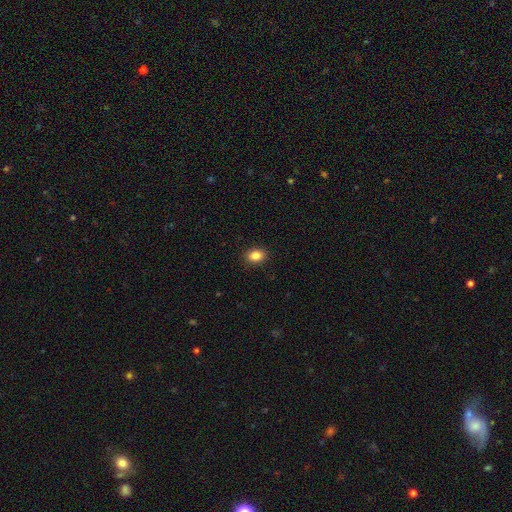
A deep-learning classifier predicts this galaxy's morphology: Smooth or featured? Predicted: smooth (p=0.86). How rounded? Predicted: in between (p=0.65). Merging? Predicted: none (p=0.90).